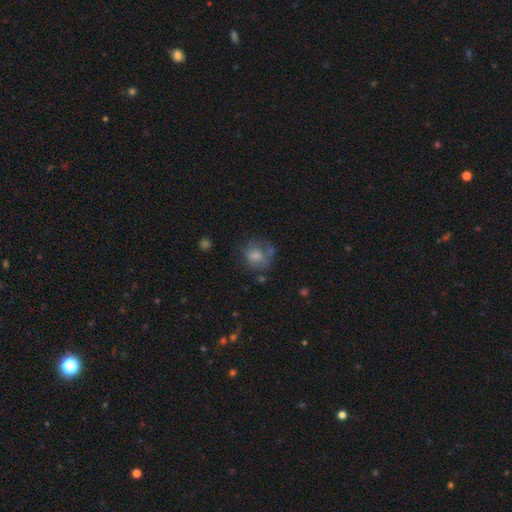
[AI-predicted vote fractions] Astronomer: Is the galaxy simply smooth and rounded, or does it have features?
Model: smooth — 70%.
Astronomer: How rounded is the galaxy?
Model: round — 73%.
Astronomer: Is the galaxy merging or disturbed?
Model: none — 50%.